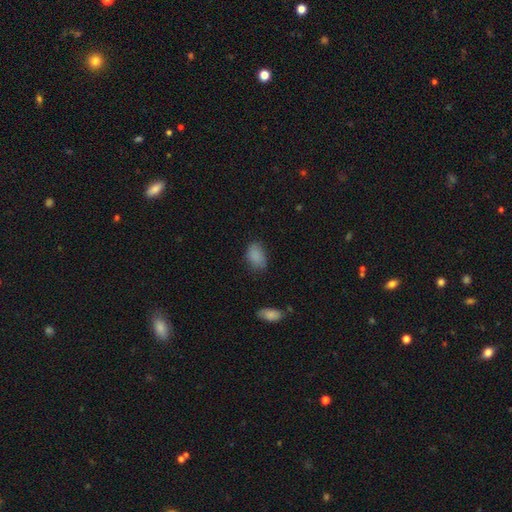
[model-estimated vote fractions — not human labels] Overall: smooth (86%). How rounded: in between (87%). Merging: none (70%).